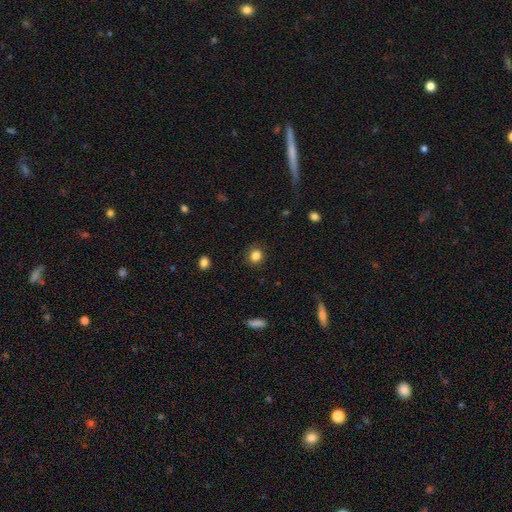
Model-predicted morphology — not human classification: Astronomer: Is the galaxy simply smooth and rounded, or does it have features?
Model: smooth — 84%.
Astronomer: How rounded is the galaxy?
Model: round — 86%.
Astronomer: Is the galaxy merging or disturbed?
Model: none — 89%.